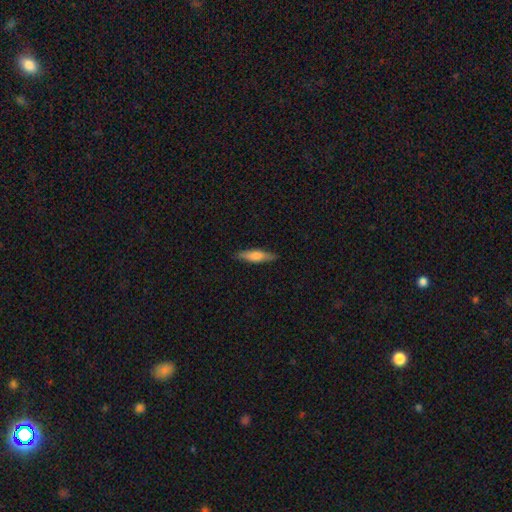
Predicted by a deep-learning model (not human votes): A smooth galaxy with no disk features (63%) that is cigar-shaped (72%).

Vote fractions:
- Smooth or featured? smooth: 63% / featured or disk: 31% / star or artifact: 6%
- How rounded? cigar-shaped: 72% / in between: 26% / round: 2%
- Merging? none: 87% / minor disturbance: 10% / major disturbance: 2% / merger: 1%